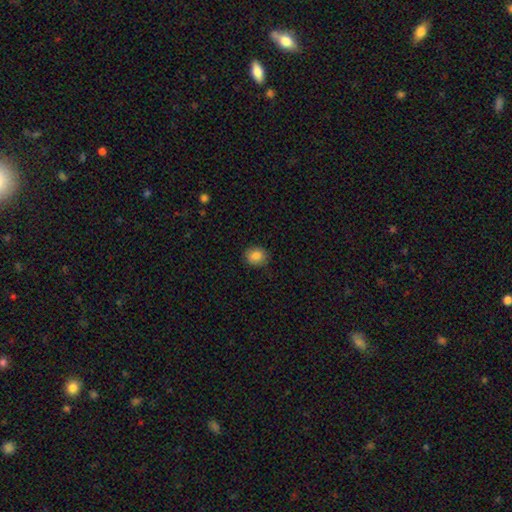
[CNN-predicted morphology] A smooth galaxy with no disk features (85%) that is round (69%). Merging: none (87%).